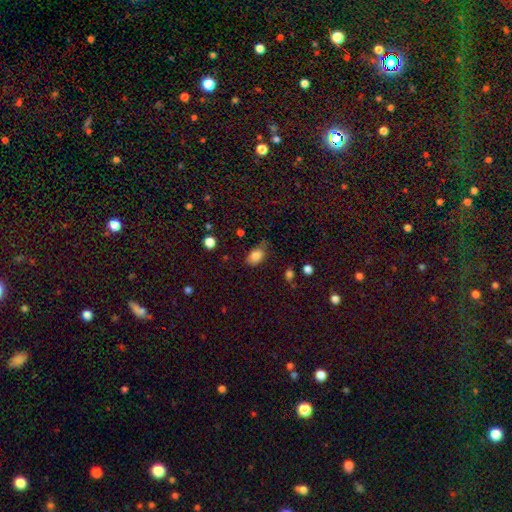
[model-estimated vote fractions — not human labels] smooth-or-featured: smooth: 84% | star or artifact: 9% | featured or disk: 7%
  how-rounded: in between: 85% | round: 13% | cigar-shaped: 2%
  merging: none: 67% | minor disturbance: 25% | major disturbance: 6% | merger: 2%